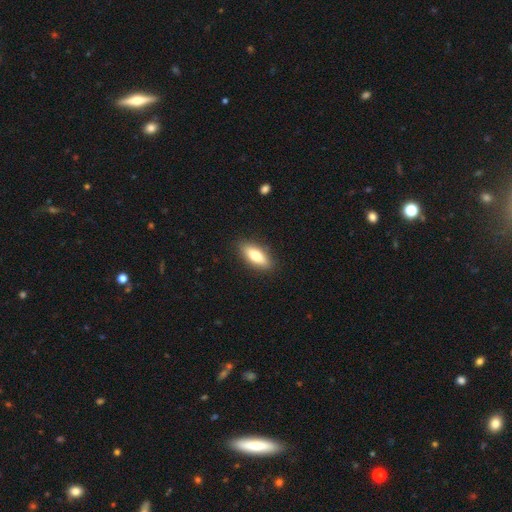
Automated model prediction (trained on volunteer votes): smooth-or-featured: smooth: 75% | featured or disk: 19% | star or artifact: 6%
  how-rounded: in between: 72% | cigar-shaped: 25% | round: 3%
  merging: none: 88% | minor disturbance: 9% | major disturbance: 2% | merger: 1%